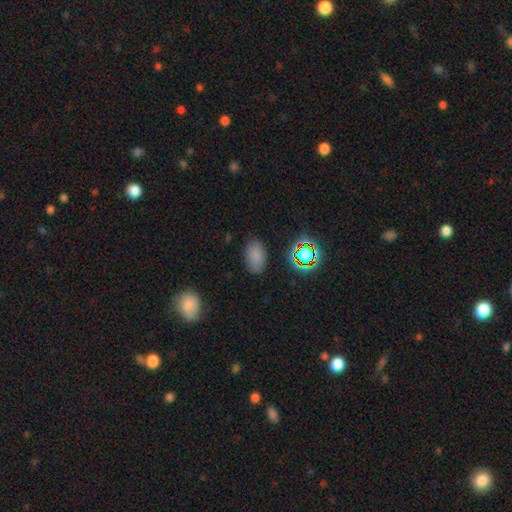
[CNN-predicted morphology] Q: Smooth or featured?
A: smooth (77%); runner-up: star or artifact (16%)
Q: How rounded?
A: in between (91%); runner-up: round (8%)
Q: Merging?
A: none (82%); runner-up: minor disturbance (13%)